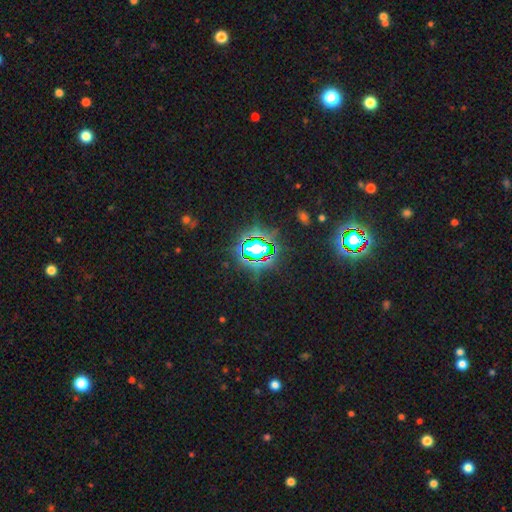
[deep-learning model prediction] smooth-or-featured: star or artifact: 80% | smooth: 12% | featured or disk: 8%